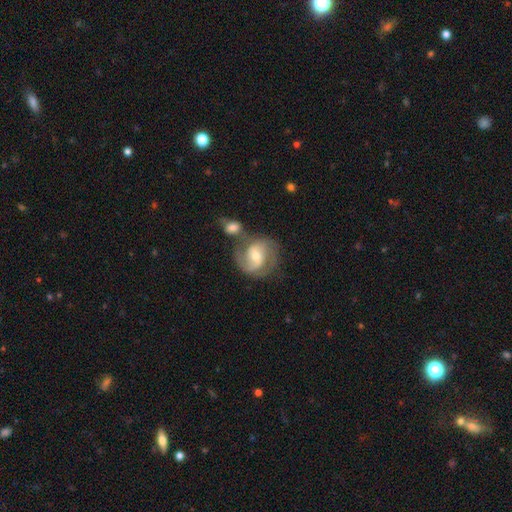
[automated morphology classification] The model was most divided on "merging": none: 44%, merger: 35%, minor disturbance: 13%, major disturbance: 8%. Remaining: edge-on disk — no (97%); spiral arms — yes (94%); smooth or featured — featured or disk (80%); spiral arm count — 2 (79%); bulge size — moderate (56%); spiral winding — medium (50%); bar — weak (49%).